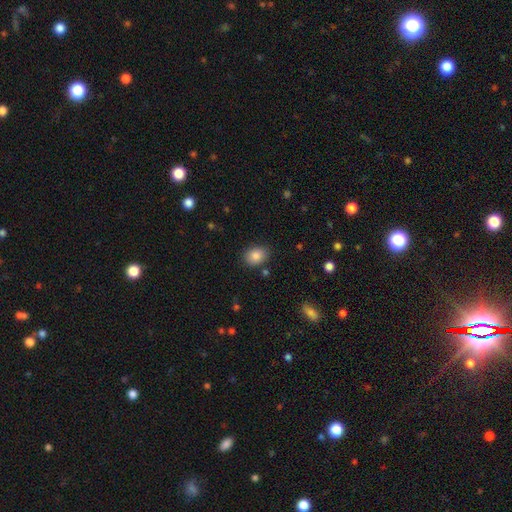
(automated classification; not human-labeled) Q: Smooth or featured?
A: smooth (85%); runner-up: star or artifact (9%)
Q: How rounded?
A: in between (65%); runner-up: round (34%)
Q: Merging?
A: none (84%); runner-up: minor disturbance (11%)